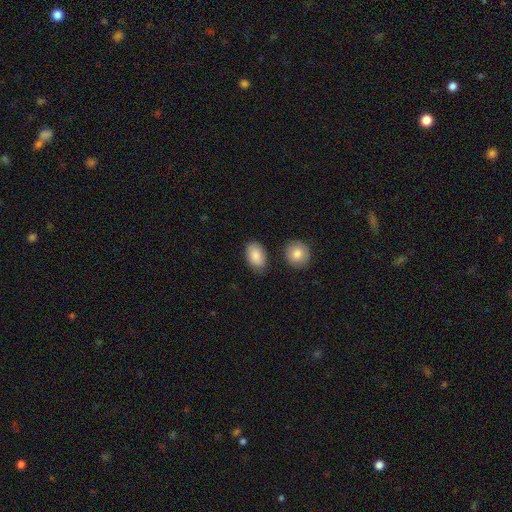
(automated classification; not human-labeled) Smooth or featured?
  - smooth: 87% *
  - featured or disk: 7%
  - star or artifact: 6%
How rounded?
  - in between: 90% *
  - round: 9%
  - cigar-shaped: 1%
Merging?
  - none: 78% *
  - minor disturbance: 14%
  - merger: 5%
  - major disturbance: 3%